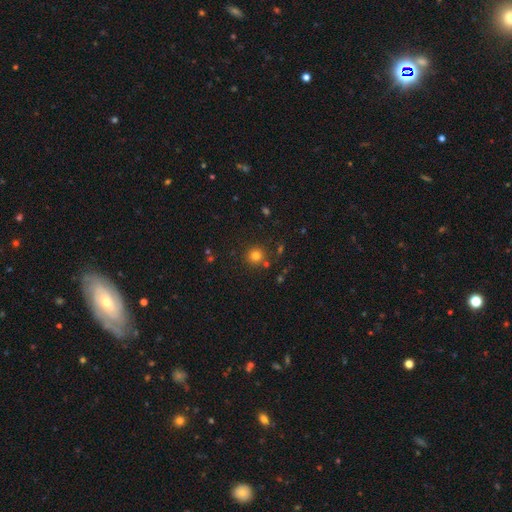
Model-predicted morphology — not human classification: Smooth or featured?
  - smooth: 78% *
  - star or artifact: 16%
  - featured or disk: 7%
How rounded?
  - round: 93% *
  - in between: 6%
  - cigar-shaped: 1%
Merging?
  - none: 85% *
  - minor disturbance: 7%
  - merger: 5%
  - major disturbance: 3%